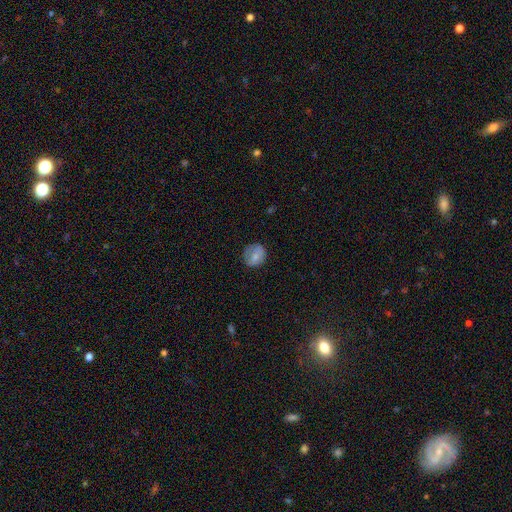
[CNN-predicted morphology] This is likely a smooth galaxy (71%). How rounded: likely round (76%). Merging: likely none (74%).